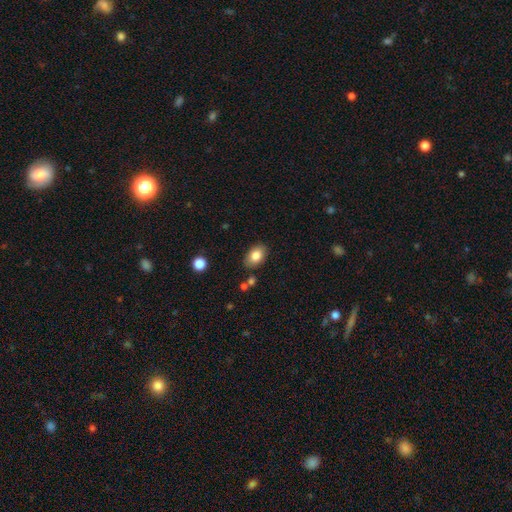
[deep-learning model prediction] Morphology: type=smooth (82%); roundness=in between (85%); merging=none (82%).